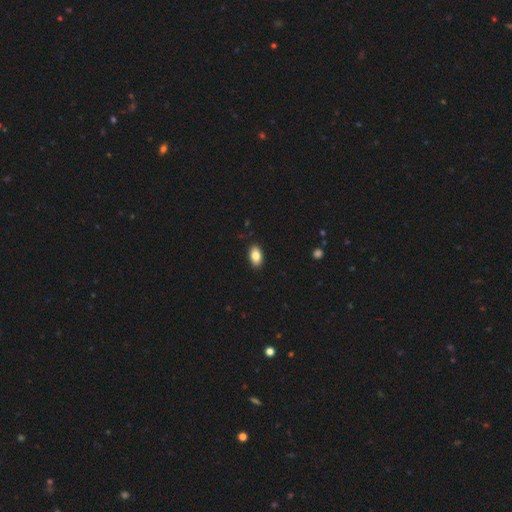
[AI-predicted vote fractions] smooth_or_featured: smooth (p=0.83) [alt: featured or disk p=0.09]
how_rounded: in between (p=0.92) [alt: round p=0.05]
merging: none (p=0.90) [alt: minor disturbance p=0.08]